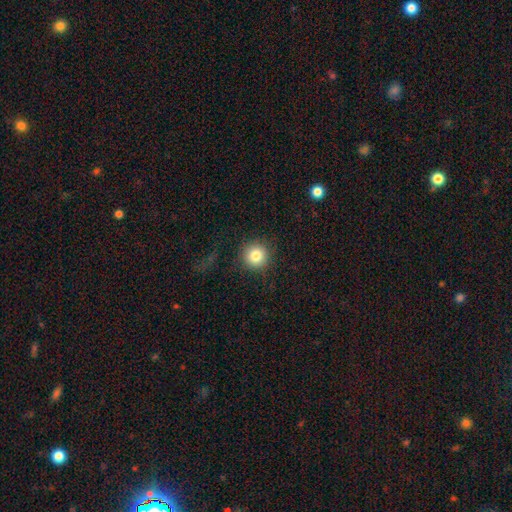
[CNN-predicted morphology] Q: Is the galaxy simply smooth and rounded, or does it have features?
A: smooth — 83%.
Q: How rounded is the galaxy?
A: round — 95%.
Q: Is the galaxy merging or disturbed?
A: none — 87%.